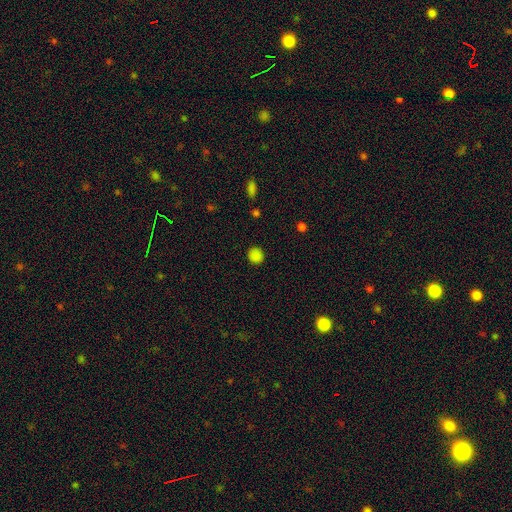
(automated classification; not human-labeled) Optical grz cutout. It shows a smooth galaxy with no disk features (84%) that is round (89%). Merging: none (89%).